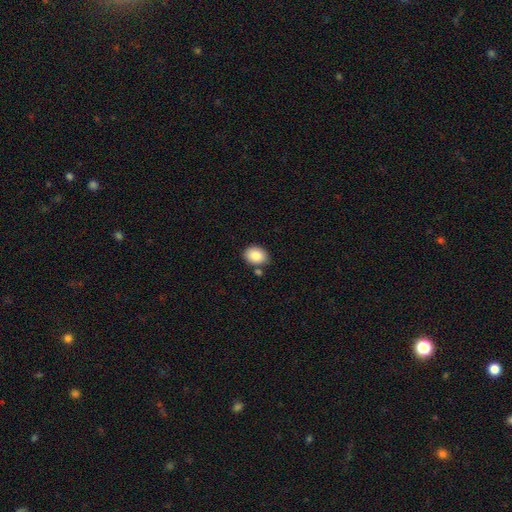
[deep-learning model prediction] Smooth or featured? Predicted: smooth (p=0.85). How rounded? Predicted: in between (p=0.65). Merging? Predicted: none (p=0.76).